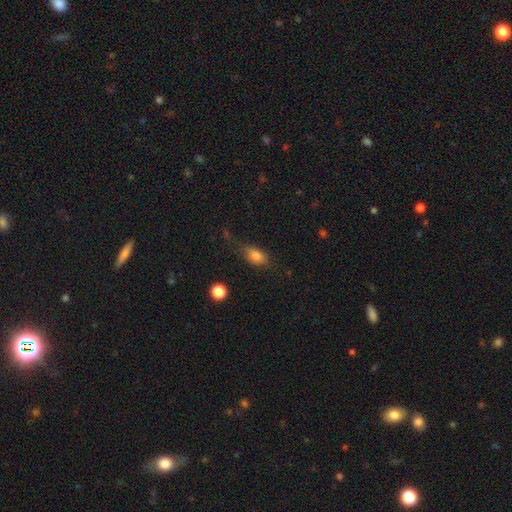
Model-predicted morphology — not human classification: Q: Smooth or featured?
A: smooth (80%); runner-up: star or artifact (10%)
Q: How rounded?
A: in between (83%); runner-up: round (10%)
Q: Merging?
A: none (60%); runner-up: minor disturbance (25%)